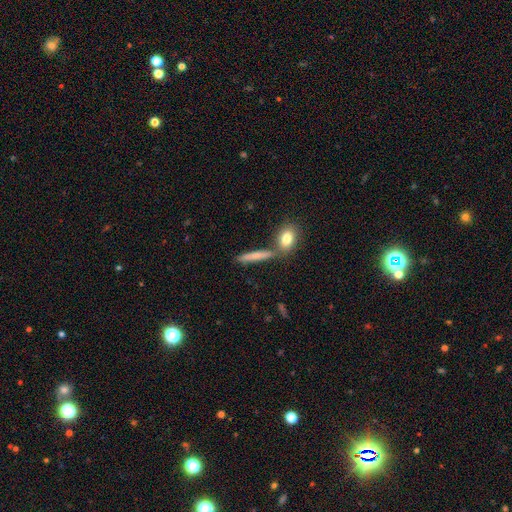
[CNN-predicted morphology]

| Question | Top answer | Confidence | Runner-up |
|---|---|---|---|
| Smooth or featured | smooth | 69% | featured or disk (23%) |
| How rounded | cigar-shaped | 81% | in between (15%) |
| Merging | none | 69% | merger (17%) |